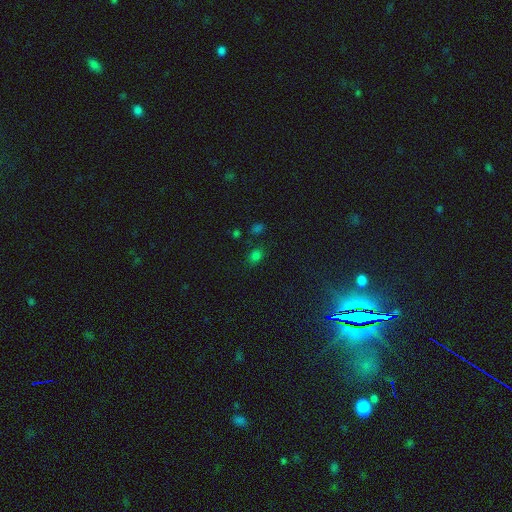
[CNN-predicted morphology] smooth_or_featured: smooth (p=0.72) [alt: star or artifact p=0.23]
how_rounded: in between (p=0.60) [alt: round p=0.39]
merging: none (p=0.77) [alt: minor disturbance p=0.13]